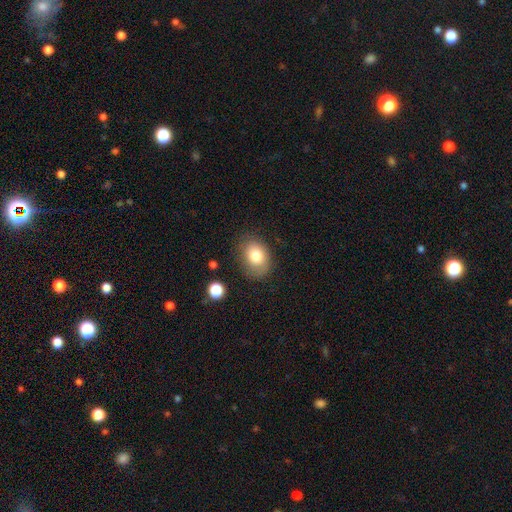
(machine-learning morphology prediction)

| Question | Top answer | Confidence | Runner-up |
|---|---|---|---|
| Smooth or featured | smooth | 80% | featured or disk (11%) |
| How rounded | in between | 73% | round (26%) |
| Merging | none | 77% | minor disturbance (16%) |